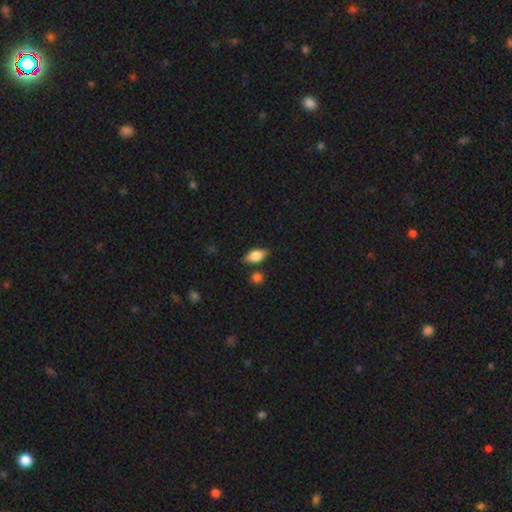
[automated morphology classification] smooth_or_featured: smooth (p=0.75) [alt: featured or disk p=0.17]
how_rounded: in between (p=0.83) [alt: cigar-shaped p=0.09]
merging: none (p=0.78) [alt: minor disturbance p=0.15]